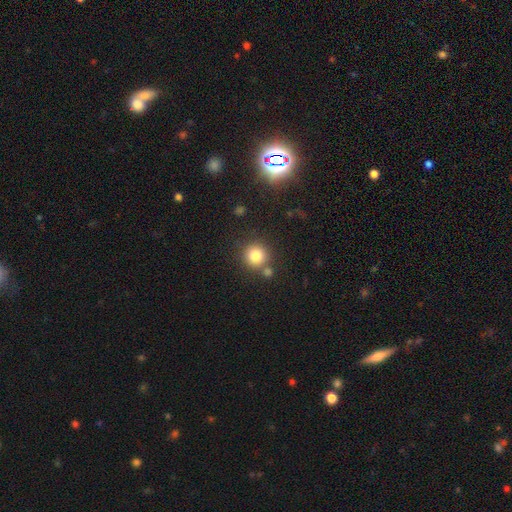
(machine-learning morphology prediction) This is clearly a smooth galaxy (82%). How rounded: clearly round (93%). Merging: likely none (74%).